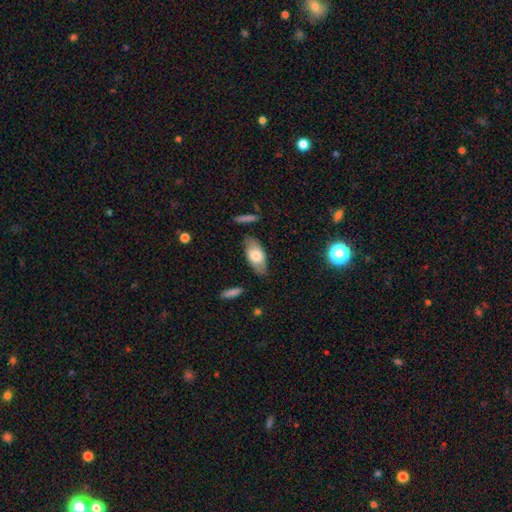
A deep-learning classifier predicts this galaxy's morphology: Smooth or featured?
  - smooth: 67% *
  - featured or disk: 27%
  - star or artifact: 6%
How rounded?
  - in between: 90% *
  - cigar-shaped: 7%
  - round: 3%
Merging?
  - none: 78% *
  - minor disturbance: 16%
  - major disturbance: 3%
  - merger: 2%